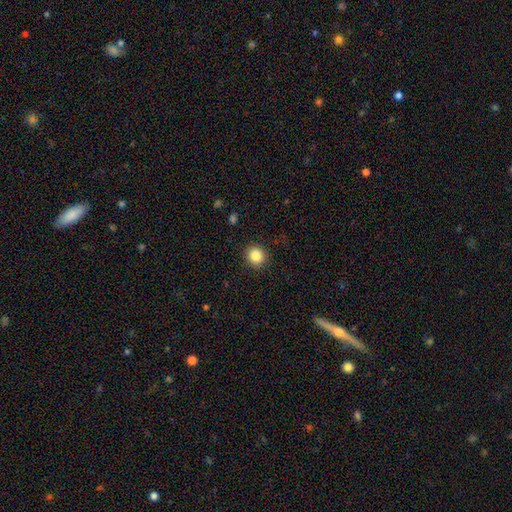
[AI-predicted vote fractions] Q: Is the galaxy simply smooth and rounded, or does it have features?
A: smooth — 86%.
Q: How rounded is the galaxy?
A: round — 89%.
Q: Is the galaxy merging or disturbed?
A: none — 90%.